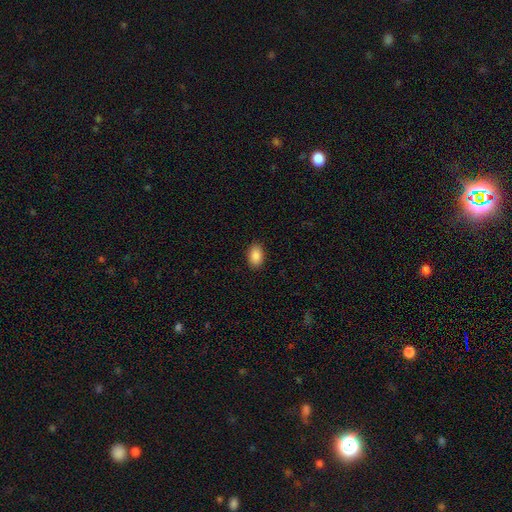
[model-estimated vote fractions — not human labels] Smooth or featured? smooth (89%)
How rounded? in between (88%)
Merging? none (89%)